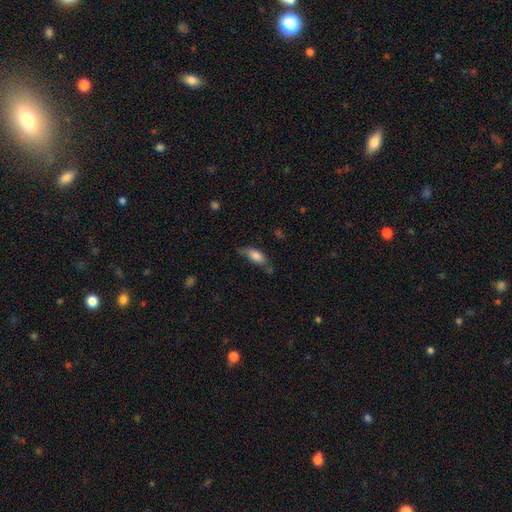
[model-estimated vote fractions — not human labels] Smooth or featured?
  - smooth: 77% *
  - featured or disk: 16%
  - star or artifact: 8%
How rounded?
  - in between: 79% *
  - cigar-shaped: 18%
  - round: 3%
Merging?
  - none: 47% *
  - minor disturbance: 35%
  - major disturbance: 12%
  - merger: 6%